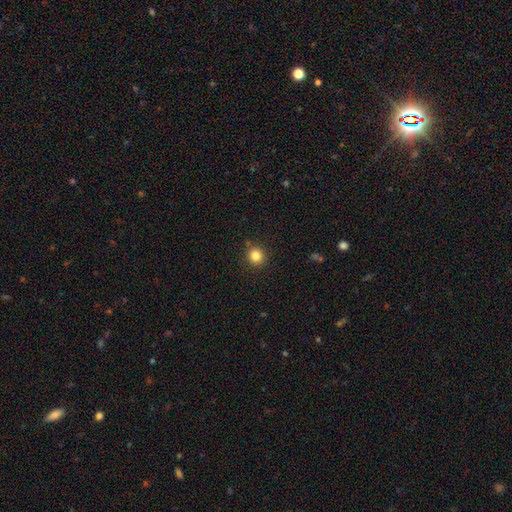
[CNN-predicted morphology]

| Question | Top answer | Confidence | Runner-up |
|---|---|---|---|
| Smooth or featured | smooth | 84% | star or artifact (11%) |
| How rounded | round | 88% | in between (11%) |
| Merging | none | 87% | minor disturbance (8%) |